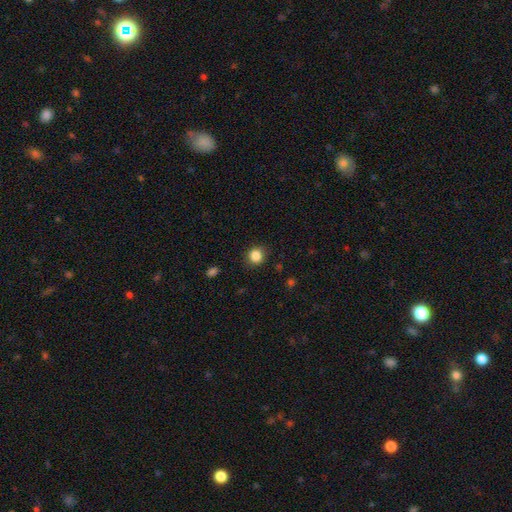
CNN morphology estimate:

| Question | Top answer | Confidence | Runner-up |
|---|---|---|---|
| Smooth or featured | smooth | 85% | star or artifact (11%) |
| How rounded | round | 86% | in between (13%) |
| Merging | none | 88% | minor disturbance (8%) |